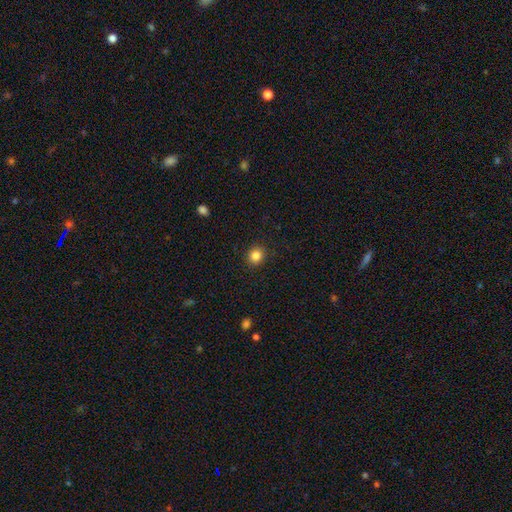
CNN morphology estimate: smooth_or_featured: smooth (p=0.84) [alt: star or artifact p=0.11]
how_rounded: round (p=0.82) [alt: in between p=0.17]
merging: none (p=0.91) [alt: minor disturbance p=0.06]